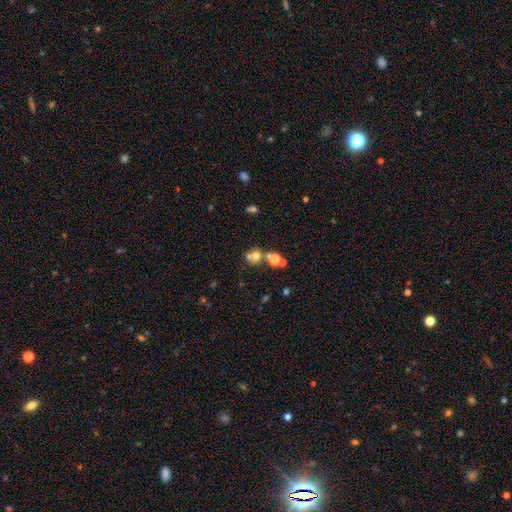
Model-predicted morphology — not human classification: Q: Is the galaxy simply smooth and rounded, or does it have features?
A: smooth — 59%.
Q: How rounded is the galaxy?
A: round — 81%.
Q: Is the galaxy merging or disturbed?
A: merger — 47%.